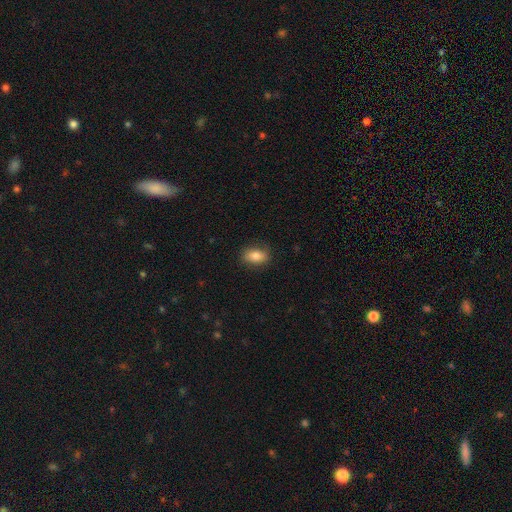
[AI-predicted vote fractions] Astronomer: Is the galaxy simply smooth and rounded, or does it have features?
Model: smooth — 83%.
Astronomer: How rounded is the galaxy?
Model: in between — 84%.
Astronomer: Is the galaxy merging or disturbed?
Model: none — 85%.